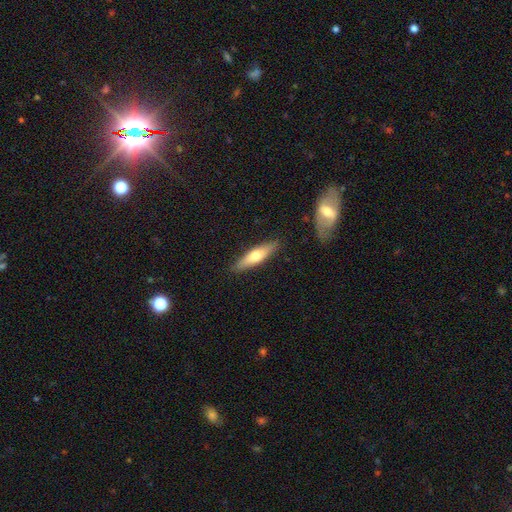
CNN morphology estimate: smooth-or-featured: smooth: 59% | featured or disk: 36% | star or artifact: 6%
  how-rounded: cigar-shaped: 70% | in between: 29% | round: 2%
  merging: none: 87% | minor disturbance: 9% | major disturbance: 2% | merger: 1%